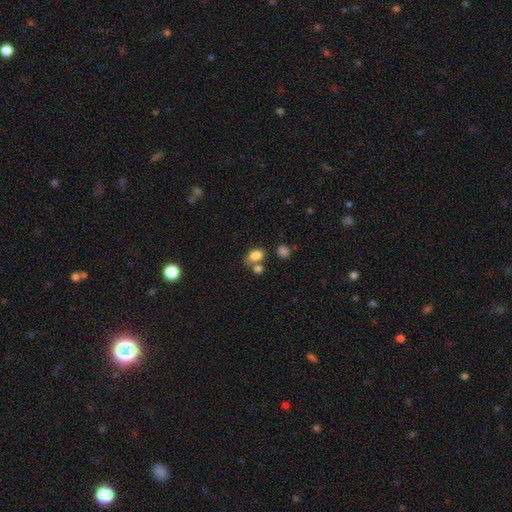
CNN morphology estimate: Overall: smooth (82%). How rounded: in between (76%). Merging: none (48%; merger 31%).